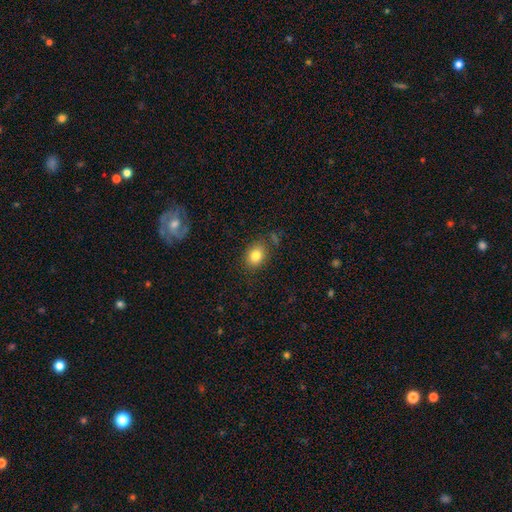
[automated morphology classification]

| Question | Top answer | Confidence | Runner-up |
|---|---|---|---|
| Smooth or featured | smooth | 82% | star or artifact (10%) |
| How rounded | in between | 59% | round (40%) |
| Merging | none | 79% | minor disturbance (14%) |